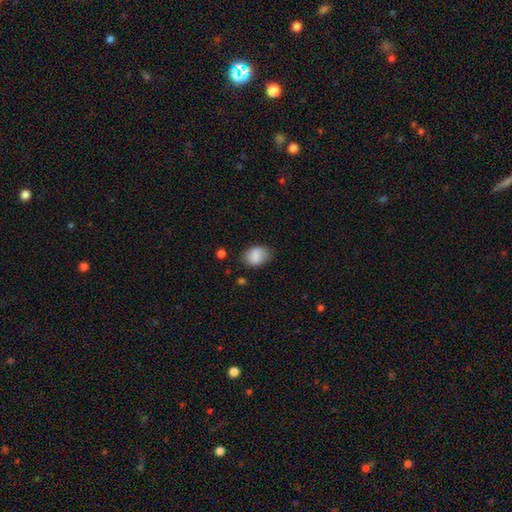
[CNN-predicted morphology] Smooth or featured?
  - smooth: 86% *
  - star or artifact: 8%
  - featured or disk: 6%
How rounded?
  - in between: 72% *
  - round: 27%
  - cigar-shaped: 1%
Merging?
  - none: 72% *
  - minor disturbance: 21%
  - major disturbance: 5%
  - merger: 2%